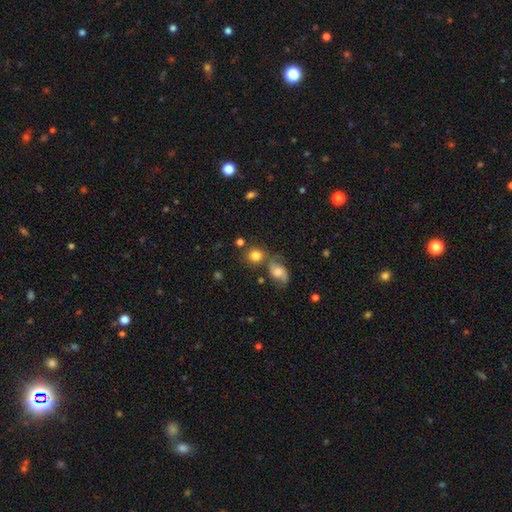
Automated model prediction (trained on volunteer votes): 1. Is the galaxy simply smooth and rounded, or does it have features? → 78% smooth, 13% featured or disk, 10% star or artifact.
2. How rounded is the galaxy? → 84% round, 15% in between, 1% cigar-shaped.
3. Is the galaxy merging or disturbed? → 65% none, 19% merger, 11% minor disturbance, 5% major disturbance.